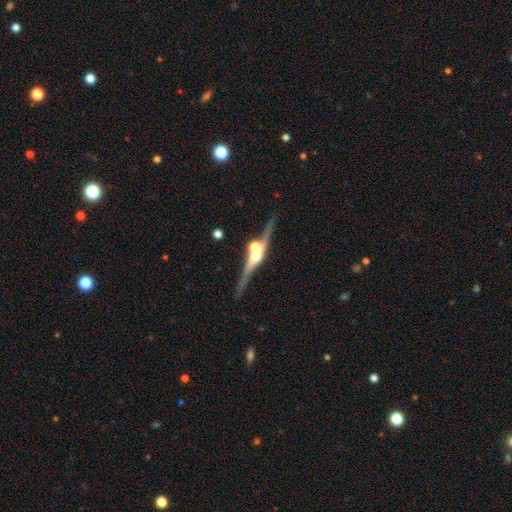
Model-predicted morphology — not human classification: This appears to be a featured or disk galaxy (80%) viewed edge-on (96%) with a rounded central bulge (95%). Merging: none (70%).